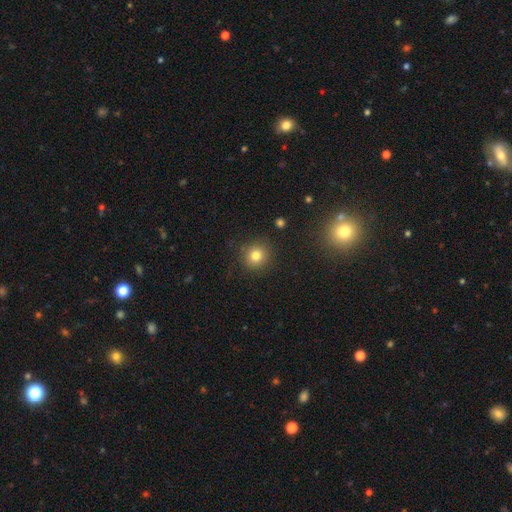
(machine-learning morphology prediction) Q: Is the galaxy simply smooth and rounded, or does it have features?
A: smooth — 80%.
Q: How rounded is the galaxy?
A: round — 91%.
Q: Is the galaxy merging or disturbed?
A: none — 87%.